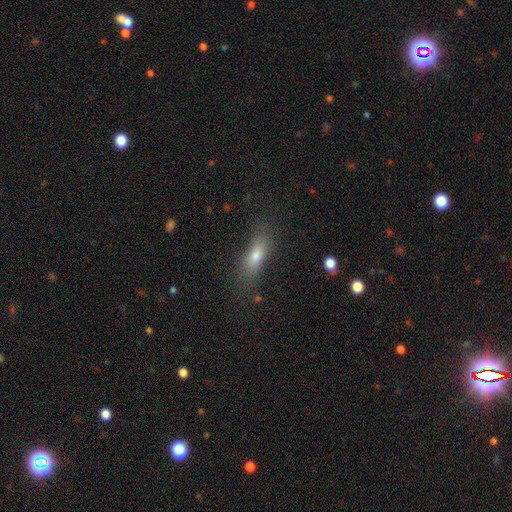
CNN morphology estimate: smooth_or_featured: smooth (p=0.70) [alt: featured or disk p=0.19]
how_rounded: in between (p=0.51) [alt: cigar-shaped p=0.45]
merging: none (p=0.72) [alt: minor disturbance p=0.18]